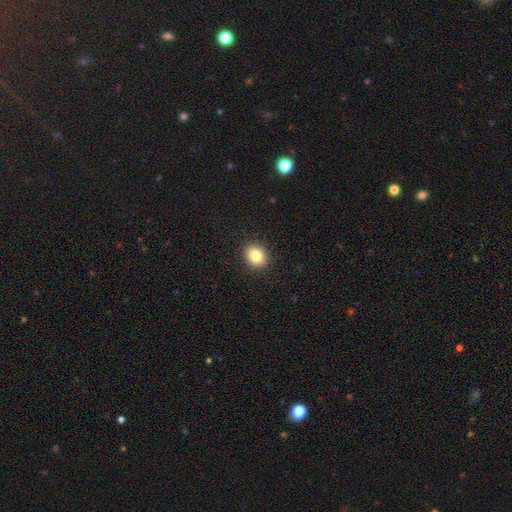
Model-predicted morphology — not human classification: This is clearly a smooth galaxy (85%). How rounded: possibly round (53%). Merging: clearly none (91%).